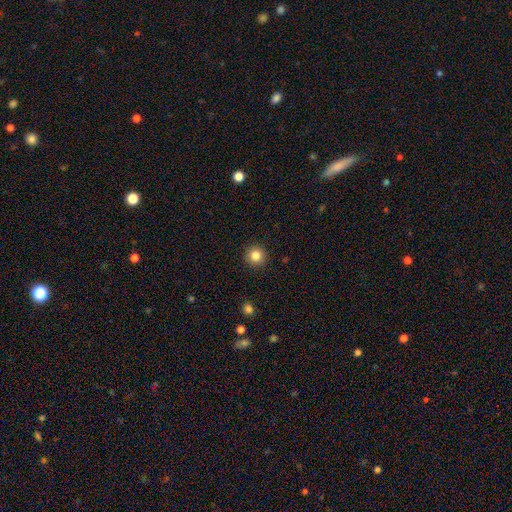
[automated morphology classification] A smooth galaxy with no disk features (84%) that is round (95%).

Vote fractions:
- Smooth or featured? smooth: 84% / star or artifact: 11% / featured or disk: 5%
- How rounded? round: 95% / in between: 4% / cigar-shaped: 1%
- Merging? none: 93% / minor disturbance: 5% / major disturbance: 2% / merger: 1%